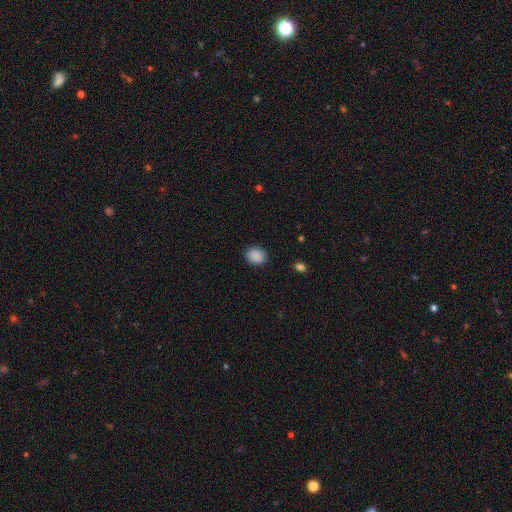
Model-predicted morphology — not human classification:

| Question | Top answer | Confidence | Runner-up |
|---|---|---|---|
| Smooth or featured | smooth | 89% | star or artifact (8%) |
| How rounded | round | 57% | in between (42%) |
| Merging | none | 86% | minor disturbance (11%) |